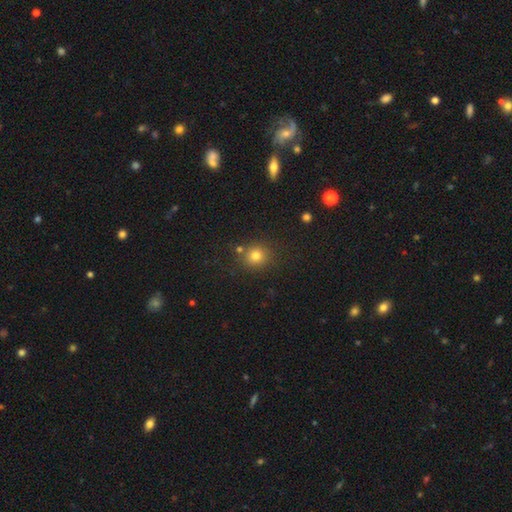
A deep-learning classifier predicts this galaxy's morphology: Overall: smooth (78%). How rounded: round (89%). Merging: none (80%).